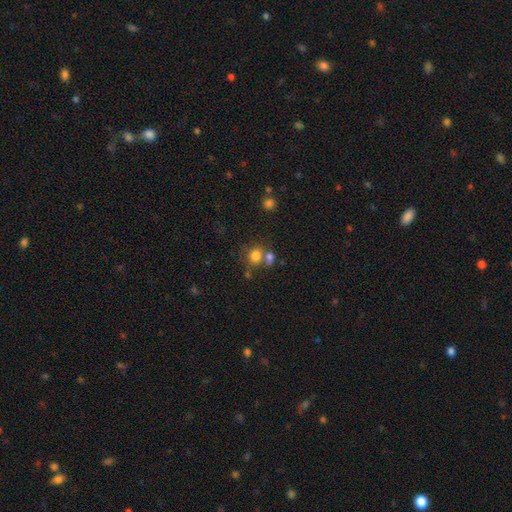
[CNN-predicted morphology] smooth-or-featured: smooth: 78% | star or artifact: 13% | featured or disk: 9%
  how-rounded: round: 67% | in between: 32% | cigar-shaped: 1%
  merging: none: 48% | merger: 37% | minor disturbance: 10% | major disturbance: 5%